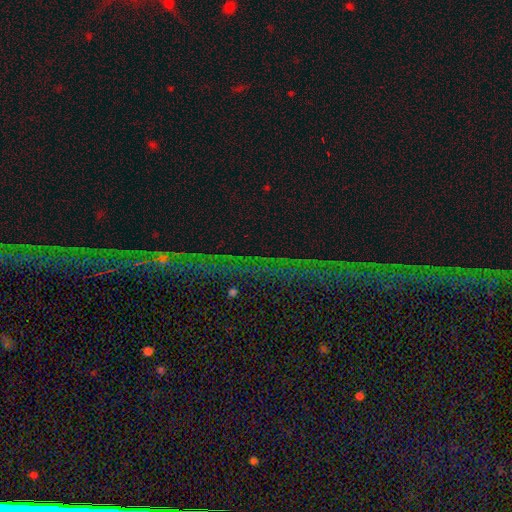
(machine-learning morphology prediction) star or artifact 76%, featured or disk 13%, smooth 11%.